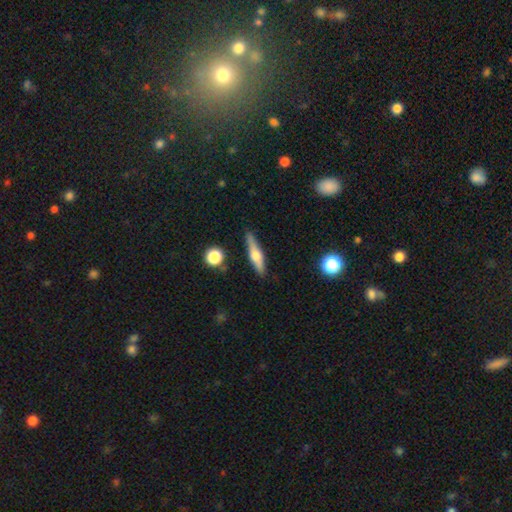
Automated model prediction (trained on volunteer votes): A featured or disk galaxy (53%) viewed edge-on (94%).

Vote fractions:
- Smooth or featured? featured or disk: 53% / smooth: 40% / star or artifact: 7%
- Edge-on disk? yes: 94% / no: 6%
- Merging? none: 86% / minor disturbance: 10% / merger: 2% / major disturbance: 2%